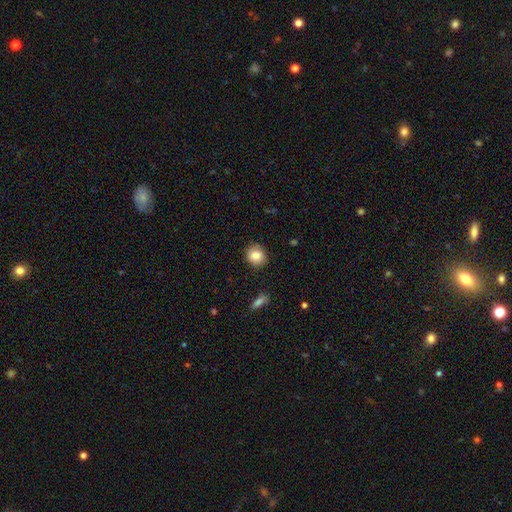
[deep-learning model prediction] Smooth or featured? smooth (84%)
How rounded? round (78%)
Merging? none (85%)